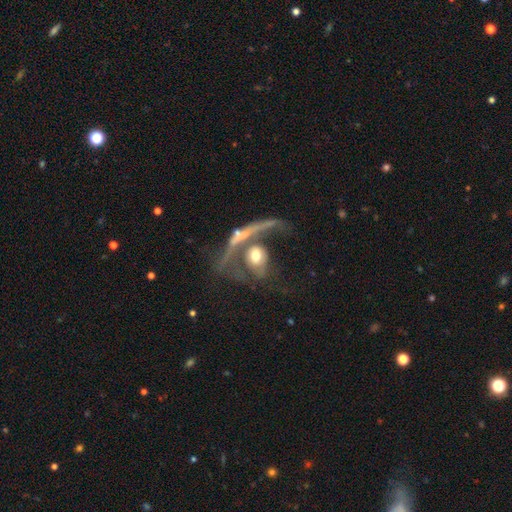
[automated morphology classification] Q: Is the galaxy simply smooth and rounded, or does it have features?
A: smooth — 48%.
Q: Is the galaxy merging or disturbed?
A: merger — 39%.